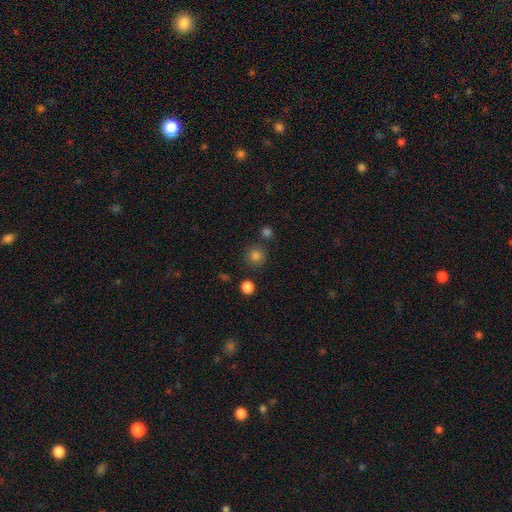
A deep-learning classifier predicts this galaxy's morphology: This appears to be a smooth galaxy with no disk features (82%) that is round (93%). Merging: none (82%).